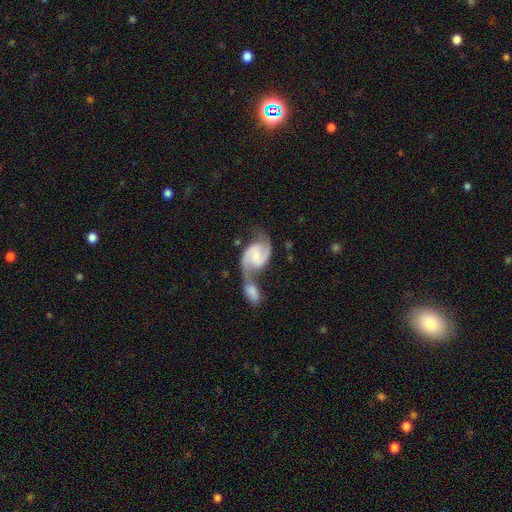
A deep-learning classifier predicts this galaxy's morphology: A featured or disk galaxy (85%) with a weak bar (46%), 2 (91%) medium (53%) spiral arms (96%) and a small central bulge (46%). Merging: merger (66%).